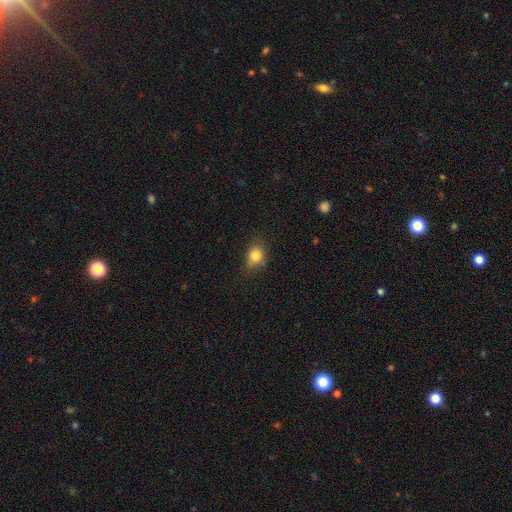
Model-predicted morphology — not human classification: Smooth or featured? Predicted: smooth (p=0.82). How rounded? Predicted: round (p=0.63). Merging? Predicted: none (p=0.69).